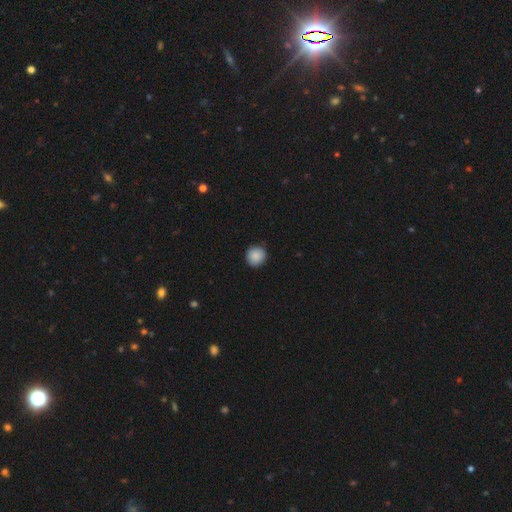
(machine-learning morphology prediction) A smooth galaxy with no disk features (88%) that is round (94%).

Vote fractions:
- Smooth or featured? smooth: 88% / star or artifact: 8% / featured or disk: 4%
- How rounded? round: 94% / in between: 5% / cigar-shaped: 1%
- Merging? none: 90% / minor disturbance: 8% / major disturbance: 2% / merger: 1%